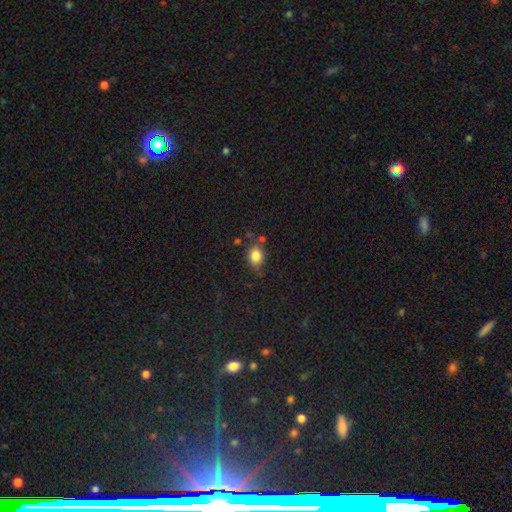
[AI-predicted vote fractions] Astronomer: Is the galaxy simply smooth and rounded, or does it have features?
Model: smooth — 83%.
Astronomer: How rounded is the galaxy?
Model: in between — 58% (runner-up: round, 41%).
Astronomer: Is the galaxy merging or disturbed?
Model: none — 71%.